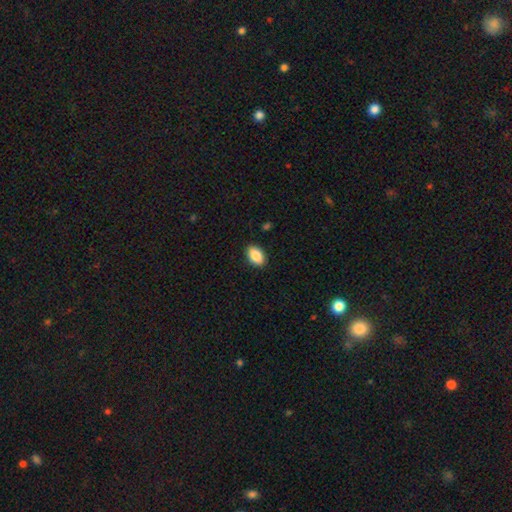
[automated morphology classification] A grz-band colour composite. It shows a smooth galaxy with no disk features (88%) that is in between round and cigar-shaped (89%). Merging: none (89%).